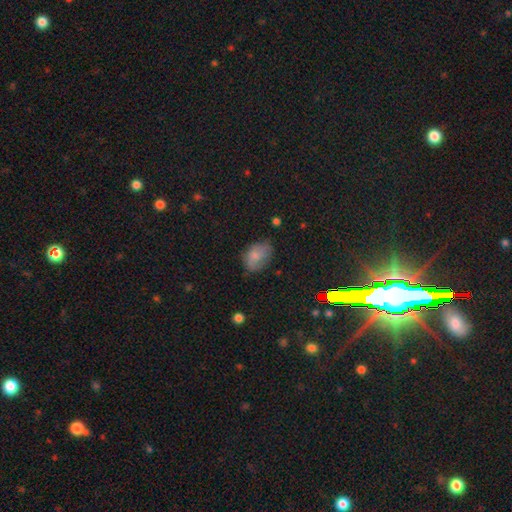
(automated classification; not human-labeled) Overall: smooth (77%). How rounded: in between (83%). Merging: none (61%; minor disturbance 29%).